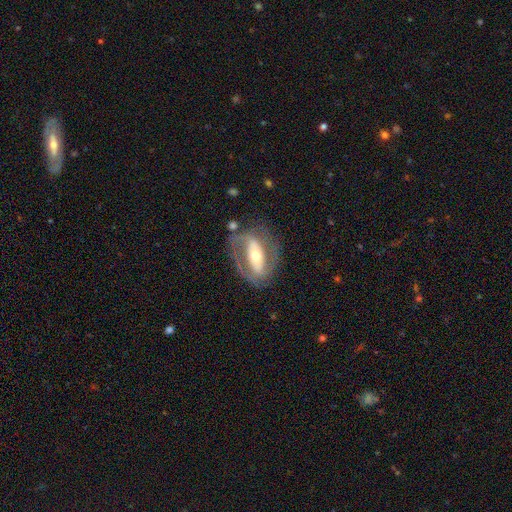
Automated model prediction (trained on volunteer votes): smooth-or-featured: featured or disk: 81% | smooth: 14% | star or artifact: 5%
  disk-edge-on: no: 92% | yes: 8%
    bar: strong: 58% | weak: 21% | no: 20%
    has-spiral-arms: yes: 78% | no: 22%
      spiral-winding: medium: 43% | tight: 39% | loose: 18%
      spiral-arm-count: 2: 81% | can't tell: 10% | 1: 6% | 3: 2% | 4: 1% | more than 4: 1%
    bulge-size: moderate: 55% | small: 37% | large: 6% | dominant: 1% | none: 1%
  merging: none: 72% | minor disturbance: 15% | major disturbance: 11% | merger: 3%